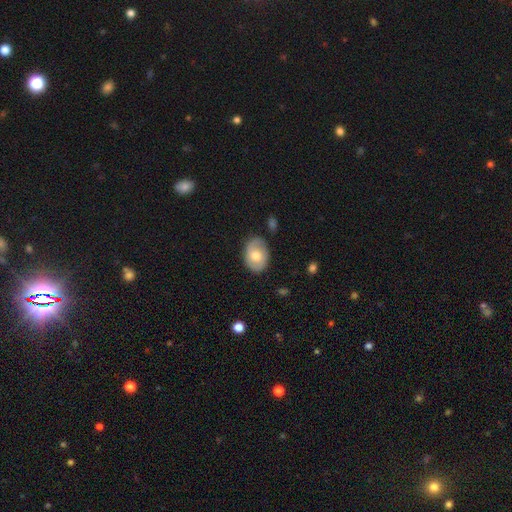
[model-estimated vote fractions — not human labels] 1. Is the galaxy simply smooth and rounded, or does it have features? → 57% smooth, 36% featured or disk, 6% star or artifact.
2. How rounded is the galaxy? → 78% in between, 21% round, 1% cigar-shaped.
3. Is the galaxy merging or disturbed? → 78% none, 16% minor disturbance, 4% major disturbance, 2% merger.